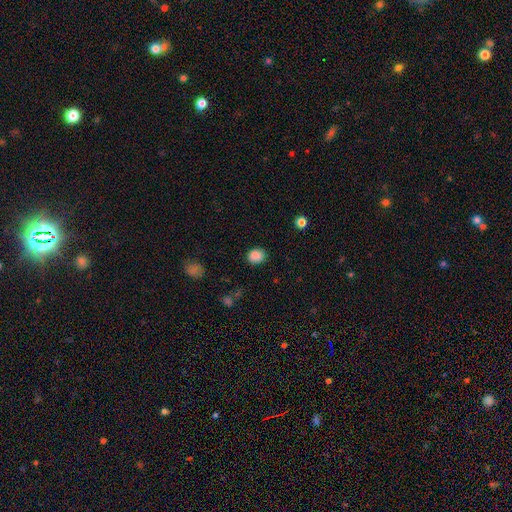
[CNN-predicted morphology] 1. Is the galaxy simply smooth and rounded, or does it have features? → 87% smooth, 10% star or artifact, 3% featured or disk.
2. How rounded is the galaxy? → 63% round, 36% in between, 1% cigar-shaped.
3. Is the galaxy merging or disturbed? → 85% none, 10% minor disturbance, 3% major disturbance, 1% merger.